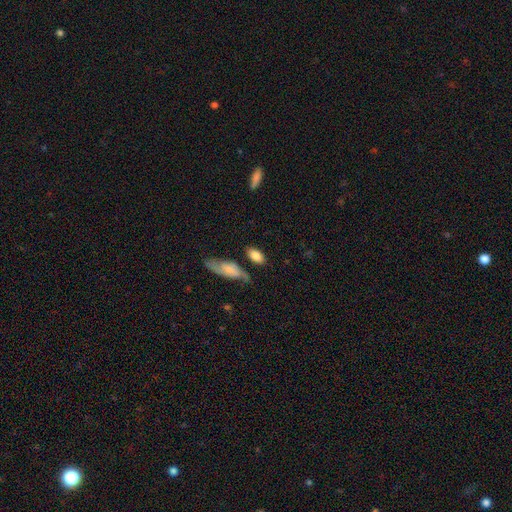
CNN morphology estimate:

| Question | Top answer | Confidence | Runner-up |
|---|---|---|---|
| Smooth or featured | smooth | 78% | featured or disk (15%) |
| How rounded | in between | 91% | round (4%) |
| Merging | none | 66% | minor disturbance (17%) |